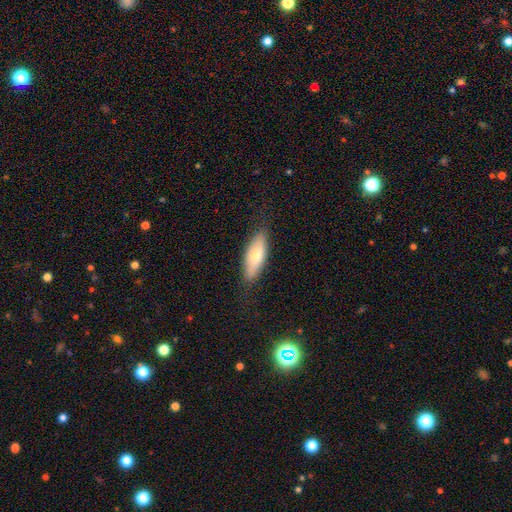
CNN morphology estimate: Overall: smooth (68%). How rounded: in between (70%). Merging: none (81%).